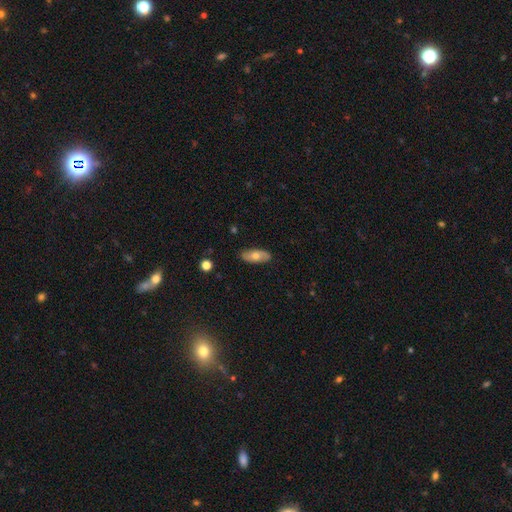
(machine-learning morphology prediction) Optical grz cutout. It shows a smooth galaxy with no disk features (61%) that is in between round and cigar-shaped (86%). Merging: none (86%).